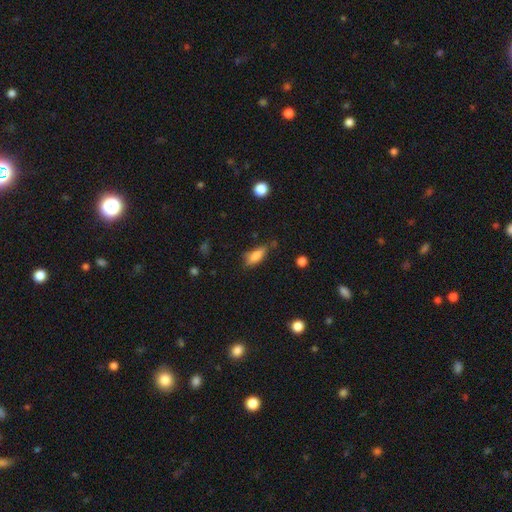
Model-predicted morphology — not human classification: Overall: smooth (79%). How rounded: in between (69%). Merging: none (65%; minor disturbance 25%).